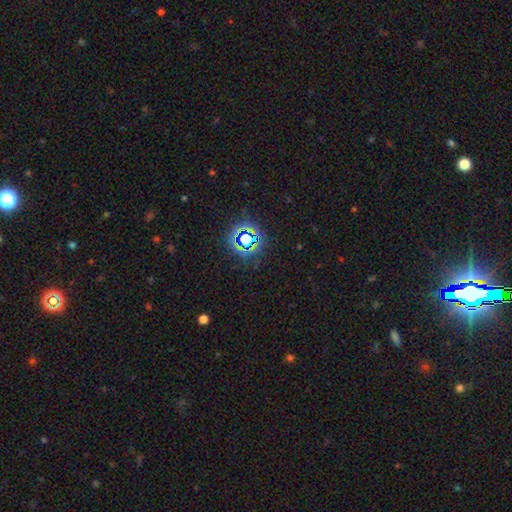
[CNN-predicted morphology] Smooth or featured? Predicted: star or artifact (p=0.79).